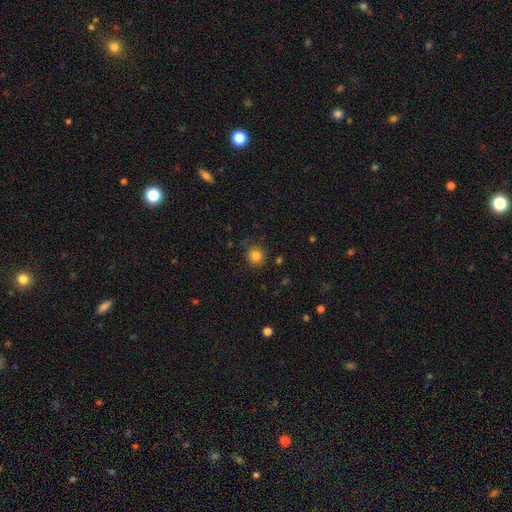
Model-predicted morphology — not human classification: Smooth or featured?
  - smooth: 82% *
  - star or artifact: 12%
  - featured or disk: 6%
How rounded?
  - round: 88% *
  - in between: 11%
  - cigar-shaped: 1%
Merging?
  - none: 84% *
  - minor disturbance: 12%
  - major disturbance: 3%
  - merger: 2%